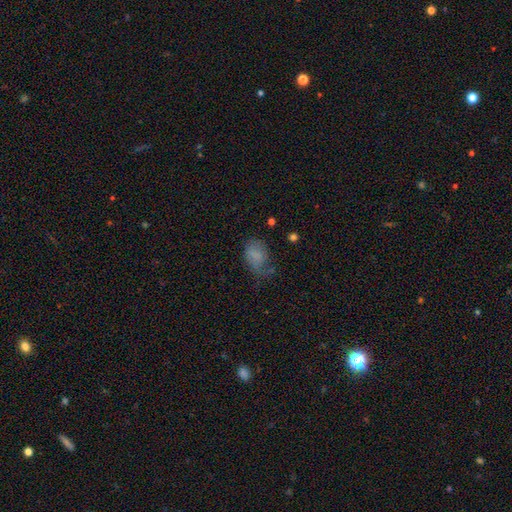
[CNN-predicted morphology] Q: Smooth or featured?
A: smooth (73%); runner-up: featured or disk (16%)
Q: How rounded?
A: in between (82%); runner-up: round (17%)
Q: Merging?
A: none (43%); runner-up: minor disturbance (33%)